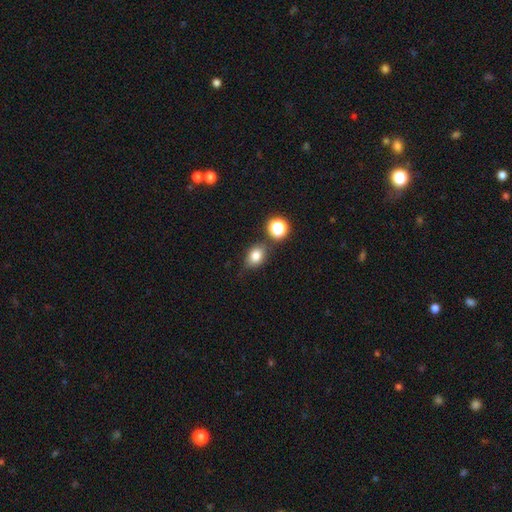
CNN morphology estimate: smooth 78%, star or artifact 13%, featured or disk 9%. Down the decision tree: how rounded — in between (65%); merging — none (70%).